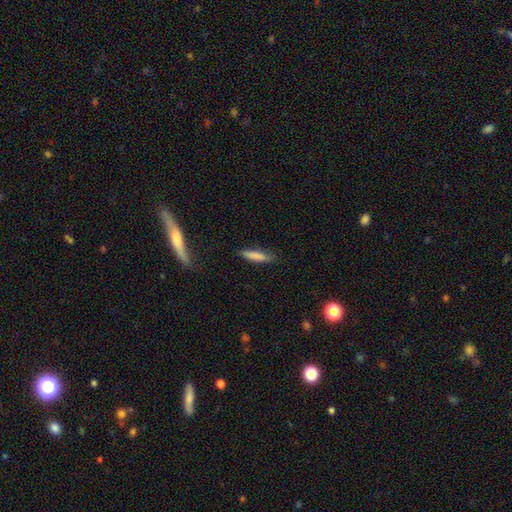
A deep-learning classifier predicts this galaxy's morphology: Smooth or featured: smooth — 81% (featured or disk — 12%)
How rounded: cigar-shaped — 83% (in between — 16%)
Merging: none — 83% (minor disturbance — 12%)